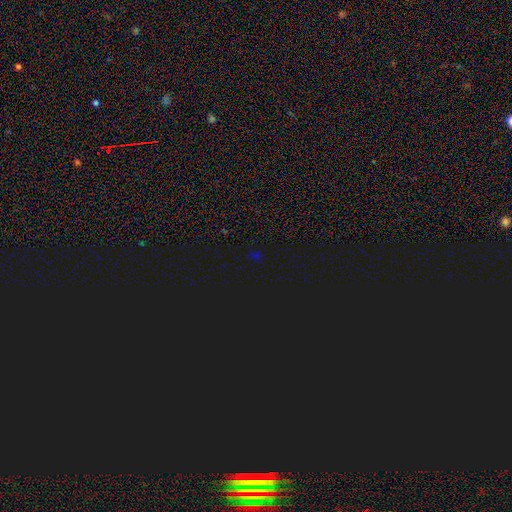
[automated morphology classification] star or artifact 73%, smooth 20%, featured or disk 6%.